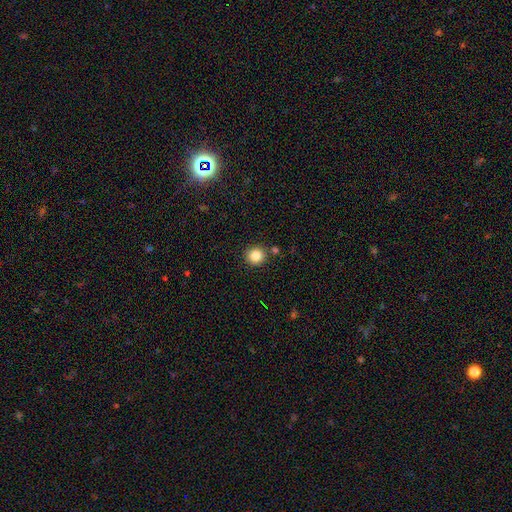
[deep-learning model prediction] smooth-or-featured: smooth: 86% | star or artifact: 10% | featured or disk: 4%
  how-rounded: round: 93% | in between: 7% | cigar-shaped: 1%
  merging: none: 86% | minor disturbance: 7% | merger: 5% | major disturbance: 2%